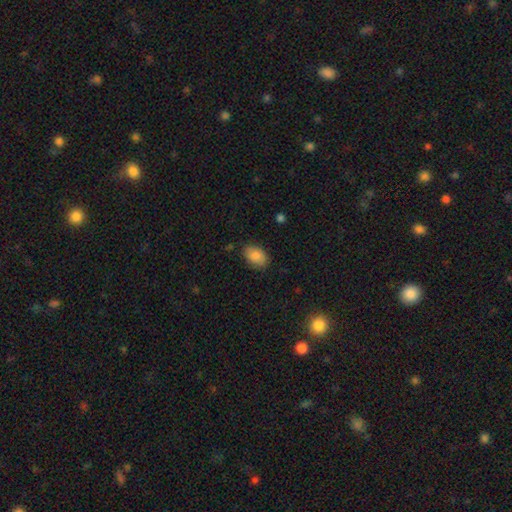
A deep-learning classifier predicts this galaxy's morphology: smooth_or_featured: smooth (p=0.87) [alt: star or artifact p=0.07]
how_rounded: in between (p=0.89) [alt: round p=0.10]
merging: none (p=0.84) [alt: minor disturbance p=0.12]